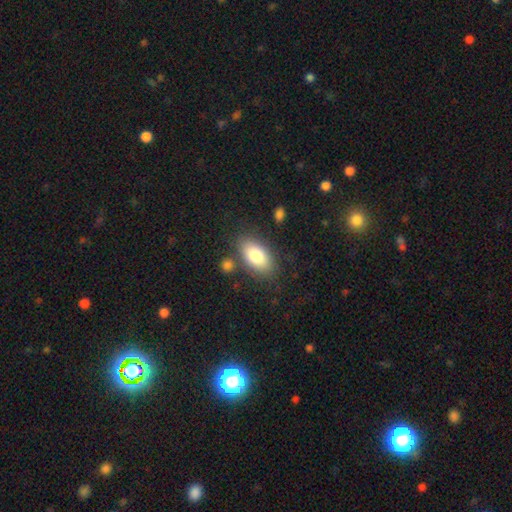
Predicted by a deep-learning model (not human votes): This is clearly a smooth galaxy (80%). How rounded: clearly in between (92%). Merging: likely none (78%).